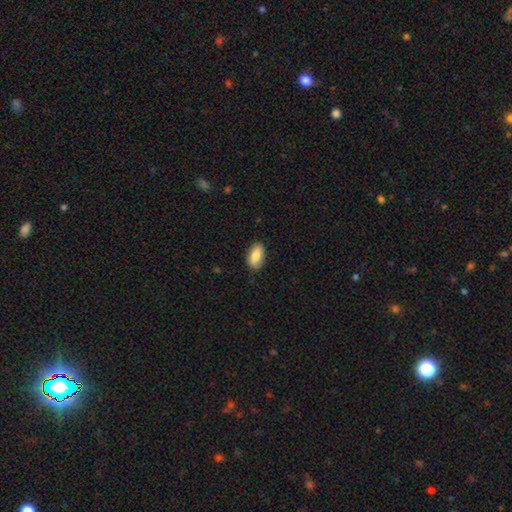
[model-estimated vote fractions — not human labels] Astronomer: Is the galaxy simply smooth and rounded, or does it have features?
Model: smooth — 83%.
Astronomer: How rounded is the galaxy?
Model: in between — 91%.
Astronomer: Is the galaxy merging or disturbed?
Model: none — 84%.